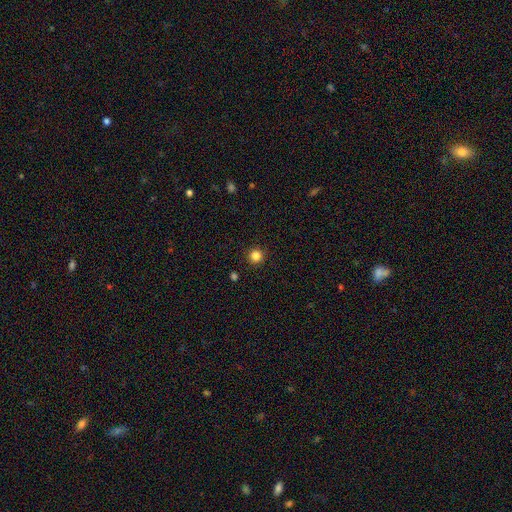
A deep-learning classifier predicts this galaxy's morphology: smooth_or_featured: smooth (p=0.84) [alt: star or artifact p=0.12]
how_rounded: round (p=0.95) [alt: in between p=0.04]
merging: none (p=0.92) [alt: minor disturbance p=0.05]